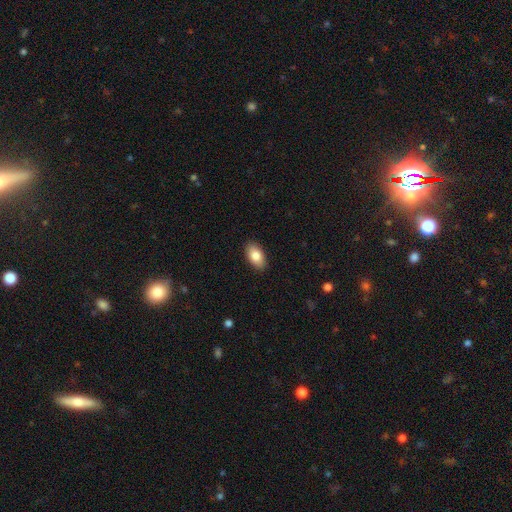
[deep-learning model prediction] This appears to be a smooth galaxy with no disk features (83%) that is in between round and cigar-shaped (93%). Merging: none (90%).